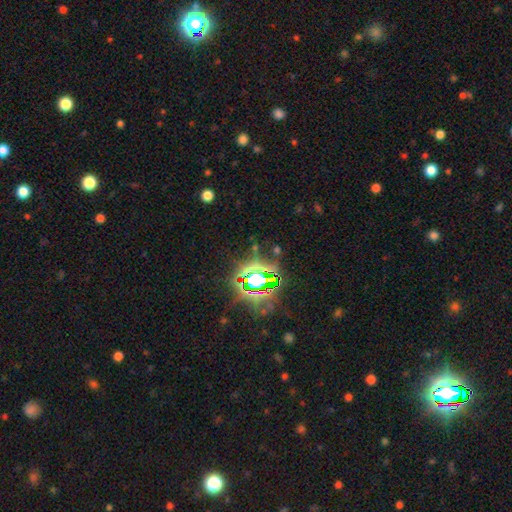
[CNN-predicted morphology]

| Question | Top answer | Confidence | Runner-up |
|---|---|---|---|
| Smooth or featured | star or artifact | 80% | smooth (12%) |